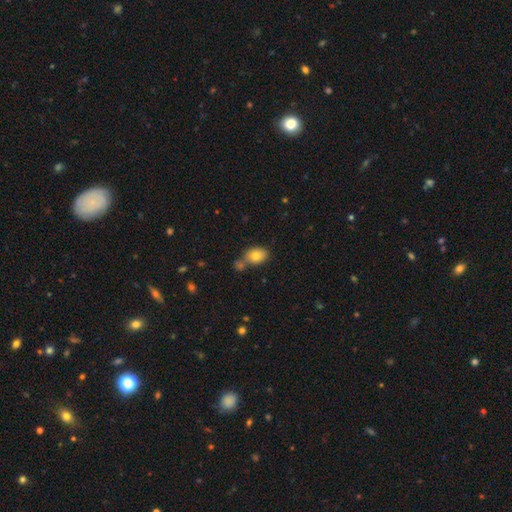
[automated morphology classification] This appears to be a smooth galaxy with no disk features (80%) that is in between round and cigar-shaped (72%). Merging: none (53%).